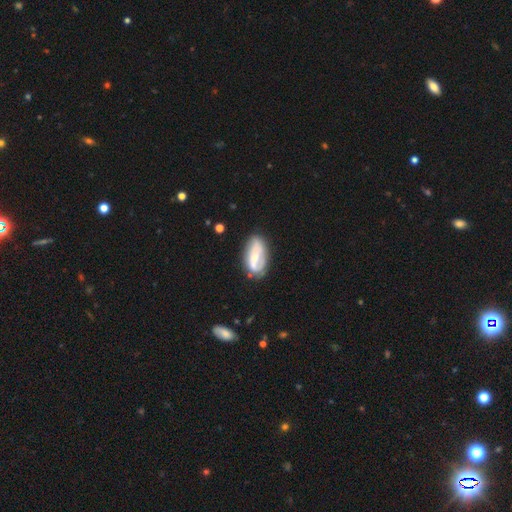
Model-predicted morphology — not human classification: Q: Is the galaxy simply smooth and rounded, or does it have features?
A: featured or disk — 54%.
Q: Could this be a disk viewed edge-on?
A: no — 92%.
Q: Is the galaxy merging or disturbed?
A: none — 62%.